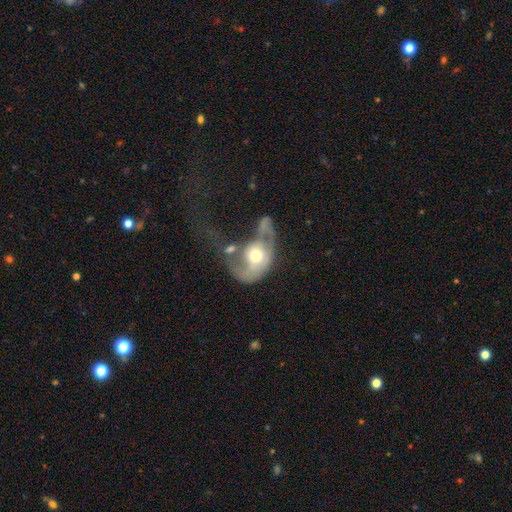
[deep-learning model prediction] Overall: featured or disk (50%; smooth 43%). Merging: major disturbance (47%; merger 32%).